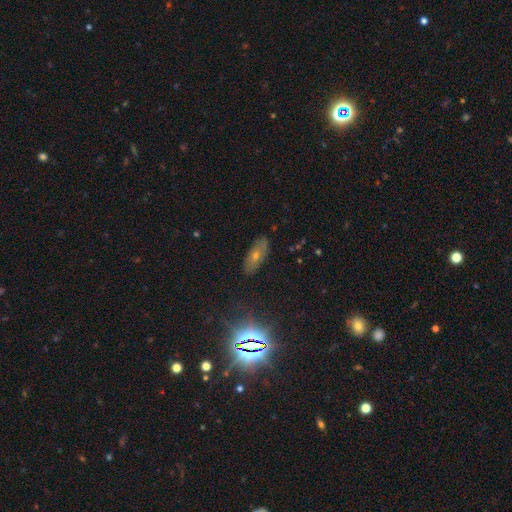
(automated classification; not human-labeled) Morphology: type=smooth (37%); merging=none (81%).